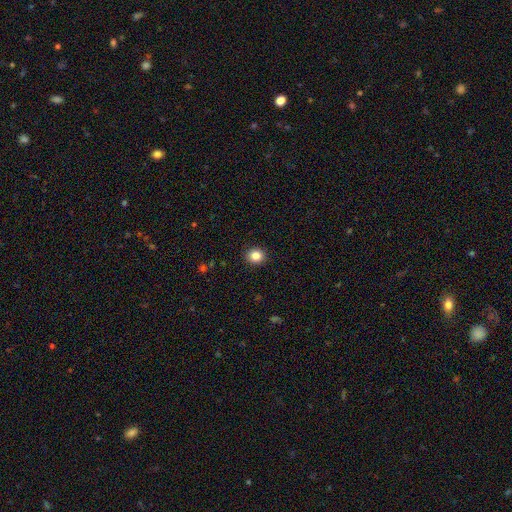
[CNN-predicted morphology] Overall: smooth (85%). How rounded: round (81%). Merging: none (91%).